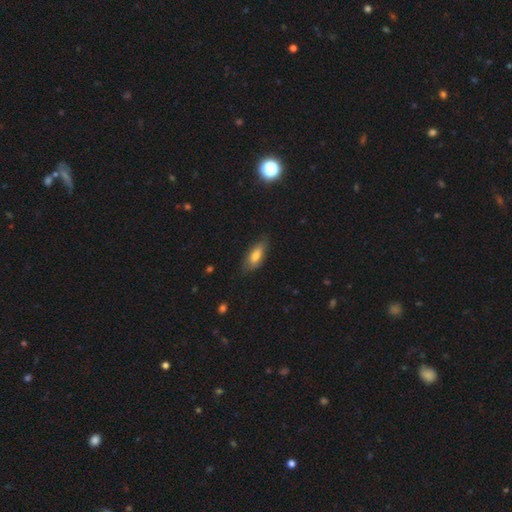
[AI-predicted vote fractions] This appears to be a smooth galaxy with no disk features (73%) that is in between round and cigar-shaped (75%). Merging: none (74%).